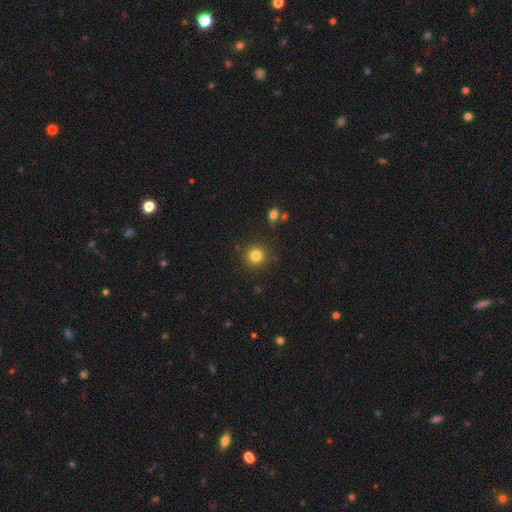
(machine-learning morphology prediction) This is clearly a smooth galaxy (82%). How rounded: clearly round (92%). Merging: clearly none (88%).